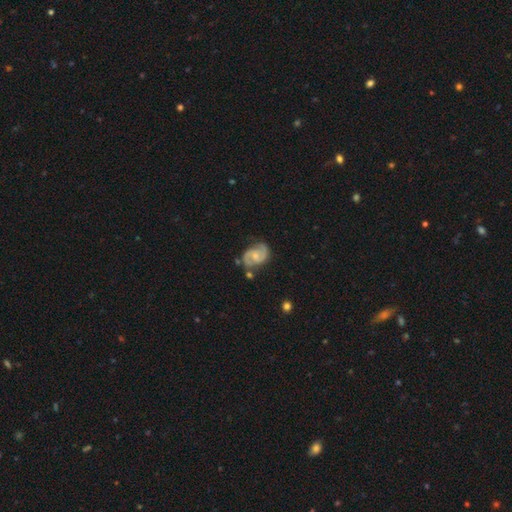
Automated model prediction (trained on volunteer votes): The model was most divided on "bulge size": small: 51%, moderate: 38%, none: 8%, large: 2%, dominant: 1%. More confident: edge-on disk — no (98%); spiral arms — yes (97%); spiral arm count — 2 (93%); smooth or featured — featured or disk (88%); merging — none (72%); spiral winding — medium (56%); bar — no (53%).